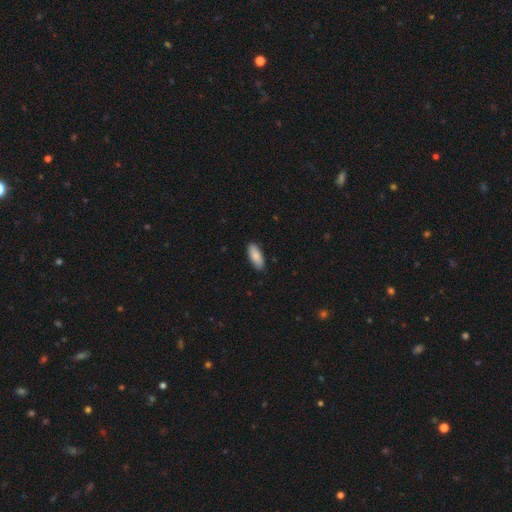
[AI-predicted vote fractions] A smooth galaxy with no disk features (85%) that is in between round and cigar-shaped (79%).

Vote fractions:
- Smooth or featured? smooth: 85% / featured or disk: 9% / star or artifact: 6%
- How rounded? in between: 79% / cigar-shaped: 19% / round: 2%
- Merging? none: 89% / minor disturbance: 9% / major disturbance: 2% / merger: 1%